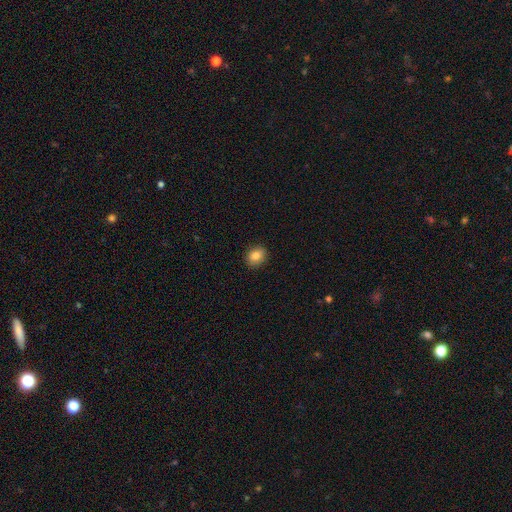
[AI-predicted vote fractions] smooth_or_featured: smooth (p=0.84) [alt: star or artifact p=0.09]
how_rounded: round (p=0.54) [alt: in between p=0.45]
merging: none (p=0.90) [alt: minor disturbance p=0.08]